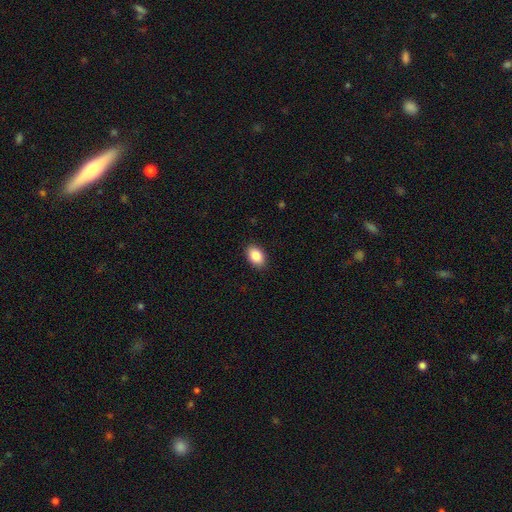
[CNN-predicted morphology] Smooth or featured?
  - smooth: 88% *
  - star or artifact: 8%
  - featured or disk: 5%
How rounded?
  - in between: 87% *
  - round: 12%
  - cigar-shaped: 1%
Merging?
  - none: 89% *
  - minor disturbance: 8%
  - major disturbance: 2%
  - merger: 1%